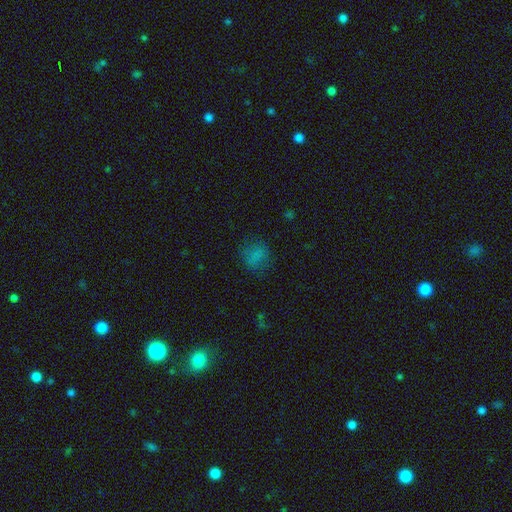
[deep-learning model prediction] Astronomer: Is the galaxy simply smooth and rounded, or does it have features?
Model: smooth — 73%.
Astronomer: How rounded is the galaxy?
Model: round — 72%.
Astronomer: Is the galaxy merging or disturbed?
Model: none — 74%.